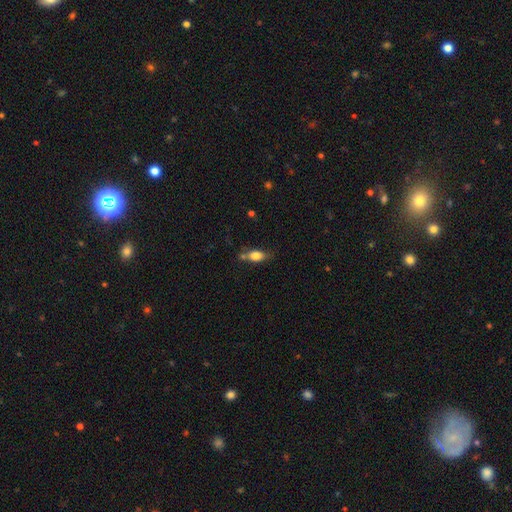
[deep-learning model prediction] A smooth galaxy with no disk features (74%) that is in between round and cigar-shaped (80%). Merging: none (59%).